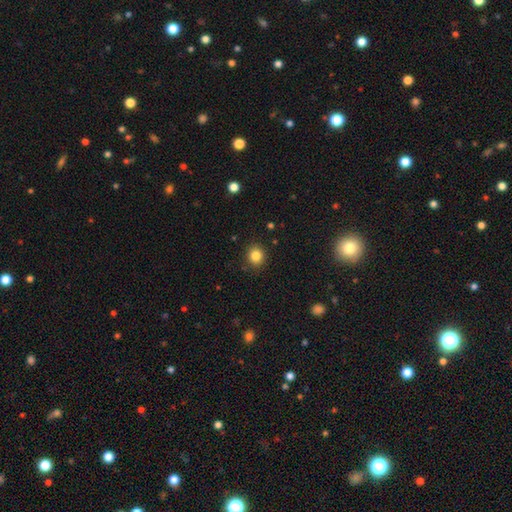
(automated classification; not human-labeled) smooth_or_featured: smooth (p=0.84) [alt: star or artifact p=0.11]
how_rounded: round (p=0.79) [alt: in between p=0.20]
merging: none (p=0.89) [alt: minor disturbance p=0.08]